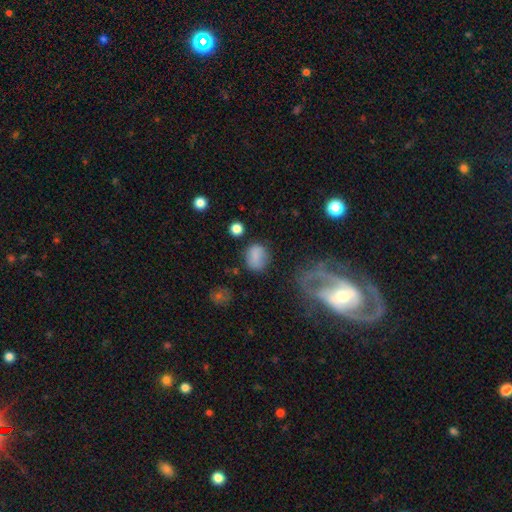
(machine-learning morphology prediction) smooth 79%, star or artifact 11%, featured or disk 10%. Down the decision tree: how rounded — round (58%); merging — none (71%).